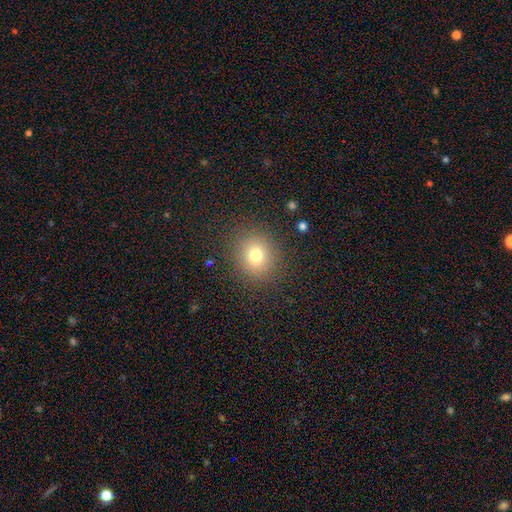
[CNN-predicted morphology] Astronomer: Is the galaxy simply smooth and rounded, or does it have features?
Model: smooth — 74%.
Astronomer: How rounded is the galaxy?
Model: round — 84%.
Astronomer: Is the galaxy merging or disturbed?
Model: none — 87%.